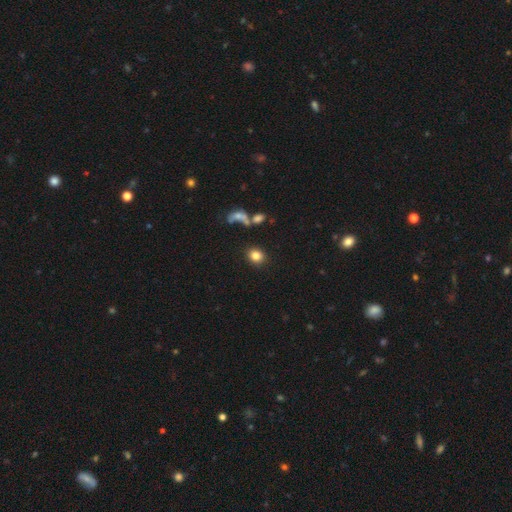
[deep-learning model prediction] Q: Smooth or featured?
A: smooth (81%); runner-up: star or artifact (11%)
Q: How rounded?
A: round (67%); runner-up: in between (32%)
Q: Merging?
A: none (81%); runner-up: minor disturbance (9%)